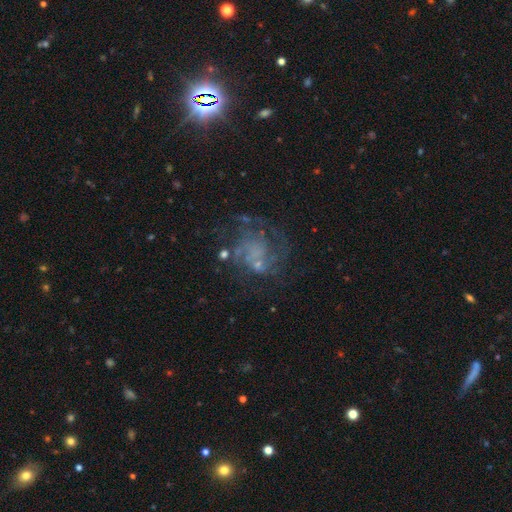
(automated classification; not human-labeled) Smooth or featured: featured or disk — 66% (smooth — 18%)
Edge-on disk: no — 98% (yes — 2%)
Bar: no — 80% (weak — 17%)
Spiral arms: yes — 69% (no — 31%)
Bulge size: none — 53% (small — 29%)
Merging: none — 53% (major disturbance — 25%)